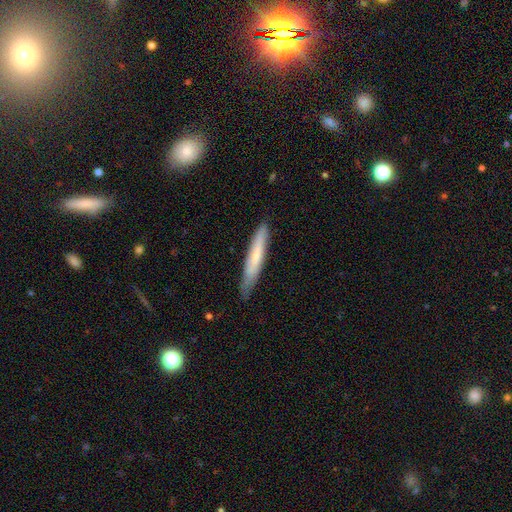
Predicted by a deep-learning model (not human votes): Smooth or featured: smooth — 64% (featured or disk — 30%)
How rounded: cigar-shaped — 93% (in between — 6%)
Merging: none — 80% (minor disturbance — 16%)